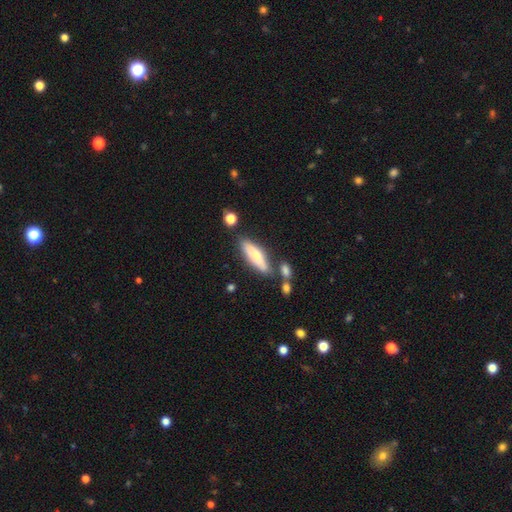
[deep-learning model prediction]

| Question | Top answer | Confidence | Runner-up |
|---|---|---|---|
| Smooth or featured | smooth | 66% | featured or disk (28%) |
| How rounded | cigar-shaped | 57% | in between (41%) |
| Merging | none | 68% | minor disturbance (16%) |